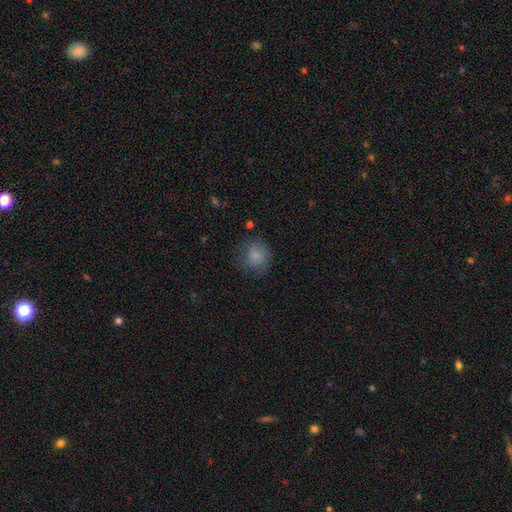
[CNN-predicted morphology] The model was most divided on "merging": none: 68%, minor disturbance: 22%, major disturbance: 9%, merger: 2%. More confident: how rounded — round (83%); smooth or featured — smooth (81%).